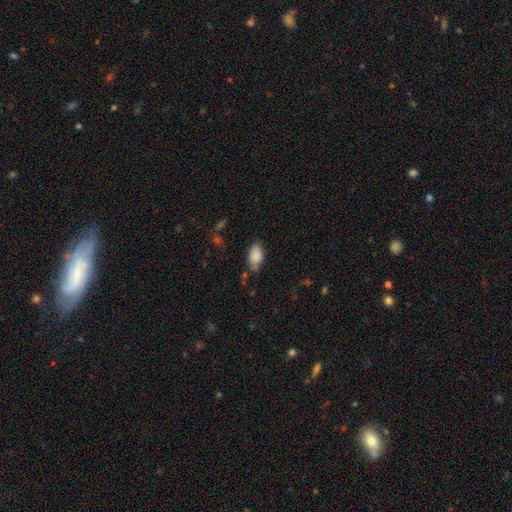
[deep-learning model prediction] smooth_or_featured: smooth (p=0.85) [alt: featured or disk p=0.07]
how_rounded: in between (p=0.93) [alt: round p=0.05]
merging: none (p=0.67) [alt: minor disturbance p=0.23]